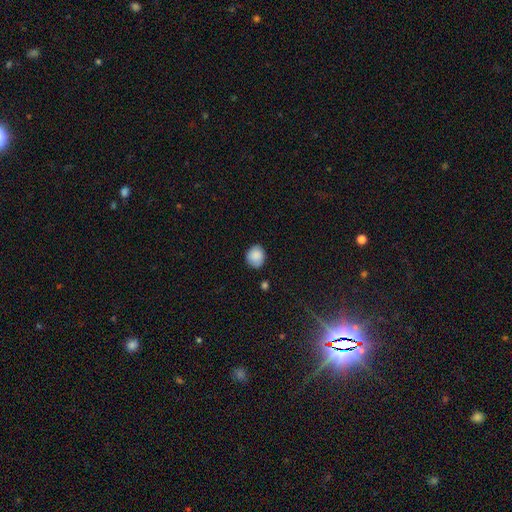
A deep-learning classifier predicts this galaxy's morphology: smooth_or_featured: smooth (p=0.86) [alt: star or artifact p=0.08]
how_rounded: round (p=0.69) [alt: in between p=0.30]
merging: none (p=0.77) [alt: minor disturbance p=0.18]